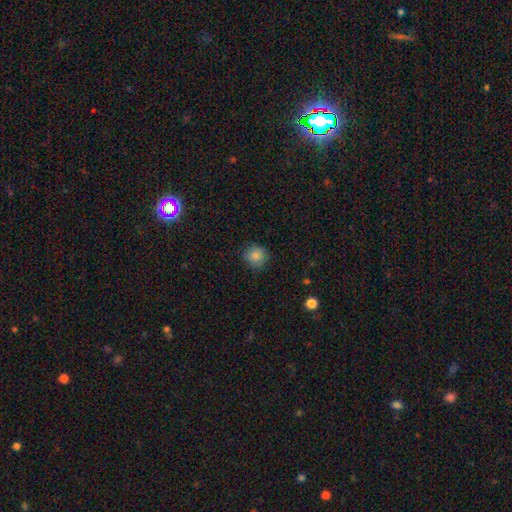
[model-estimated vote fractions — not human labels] Smooth or featured? Predicted: smooth (p=0.86). How rounded? Predicted: round (p=0.90). Merging? Predicted: none (p=0.84).